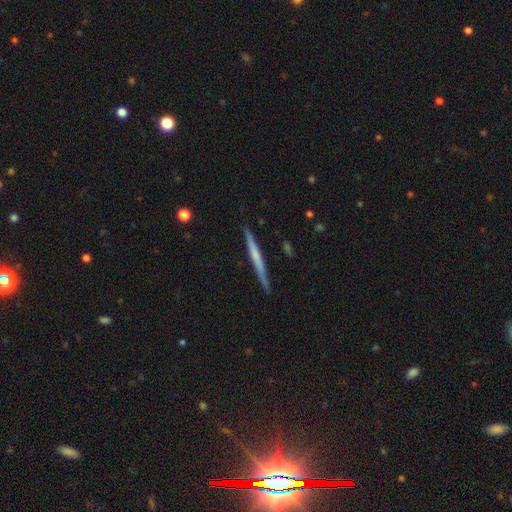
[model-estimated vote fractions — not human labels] Smooth or featured?
  - featured or disk: 53% *
  - smooth: 42%
  - star or artifact: 5%
Edge-on disk?
  - yes: 97% *
  - no: 3%
Edge-on bulge?
  - none: 72% *
  - rounded: 19%
  - boxy: 10%
Merging?
  - none: 88% *
  - minor disturbance: 9%
  - major disturbance: 2%
  - merger: 1%